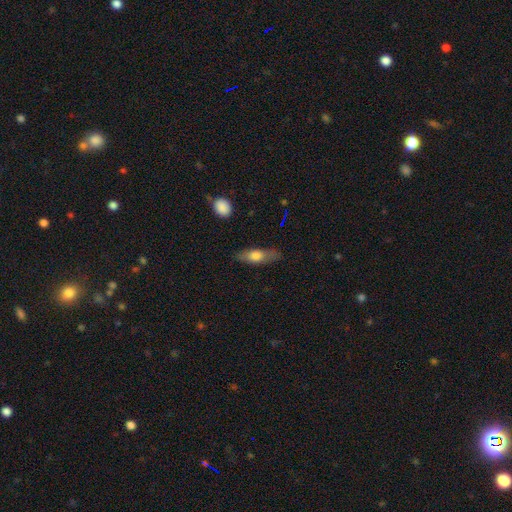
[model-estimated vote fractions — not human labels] Smooth or featured? smooth (60%)
How rounded? in between (49%)
Merging? none (80%)